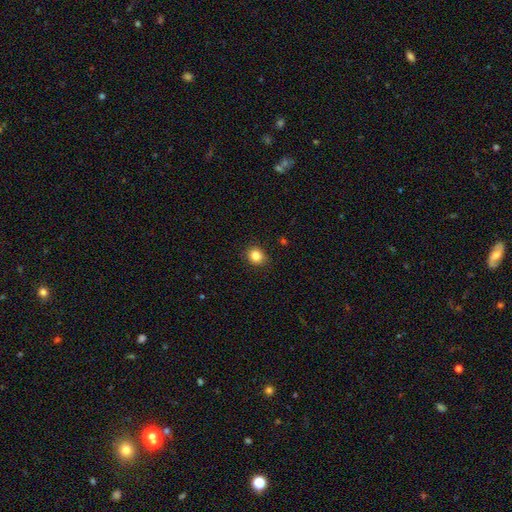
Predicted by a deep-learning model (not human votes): Smooth or featured? Predicted: smooth (p=0.84). How rounded? Predicted: round (p=0.80). Merging? Predicted: none (p=0.88).